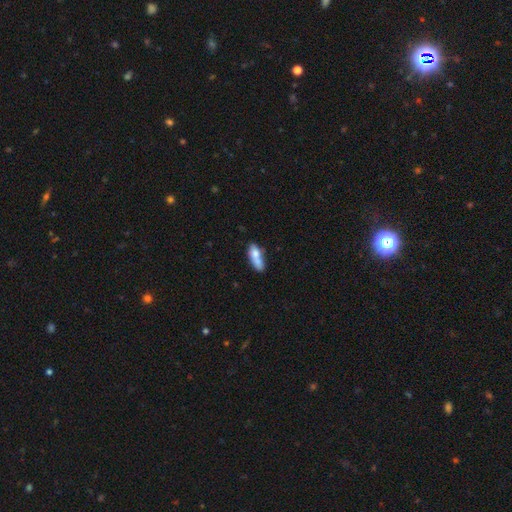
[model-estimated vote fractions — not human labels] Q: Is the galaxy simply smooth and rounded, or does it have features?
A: smooth — 73%.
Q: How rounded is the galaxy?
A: in between — 62%.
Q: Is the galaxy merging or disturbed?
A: none — 38%.